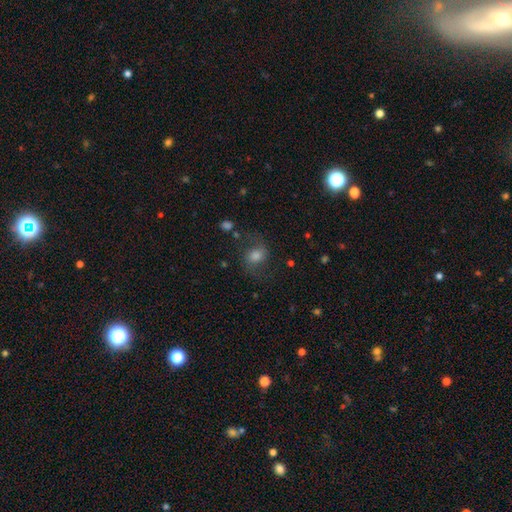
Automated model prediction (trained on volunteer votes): This appears to be a featured or disk galaxy (47%). Merging: none (68%).